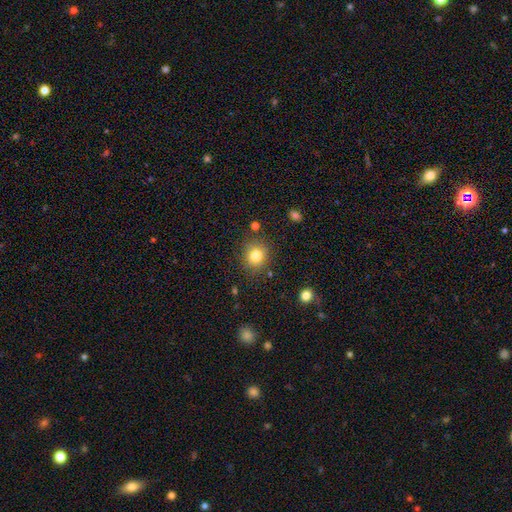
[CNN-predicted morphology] Overall: smooth (81%). How rounded: round (86%). Merging: none (85%).